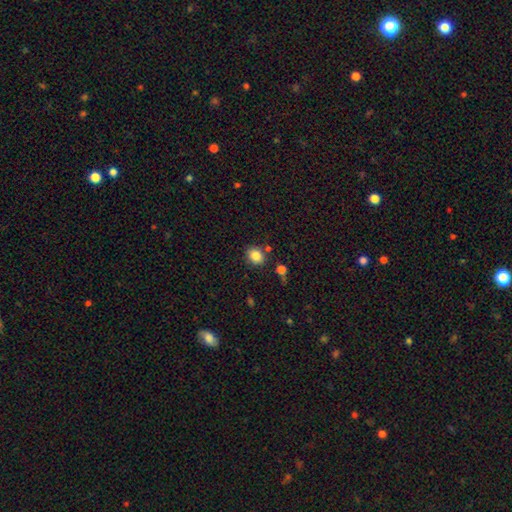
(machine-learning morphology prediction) This appears to be a smooth galaxy with no disk features (84%) that is round (59%). Merging: none (79%).